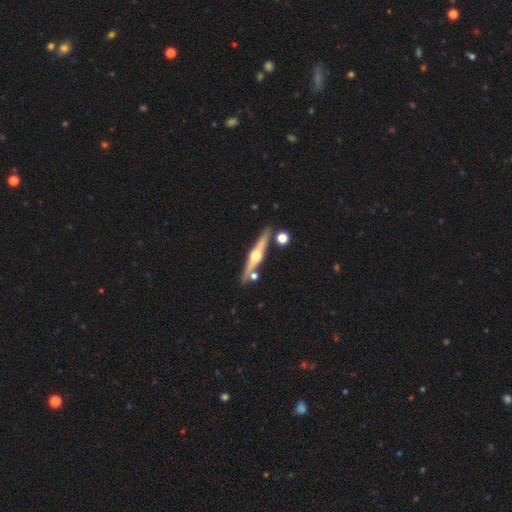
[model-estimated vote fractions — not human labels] Q: Smooth or featured?
A: featured or disk (79%); runner-up: smooth (16%)
Q: Edge-on disk?
A: yes (98%); runner-up: no (2%)
Q: Edge-on bulge?
A: rounded (95%); runner-up: boxy (3%)
Q: Merging?
A: none (83%); runner-up: minor disturbance (8%)